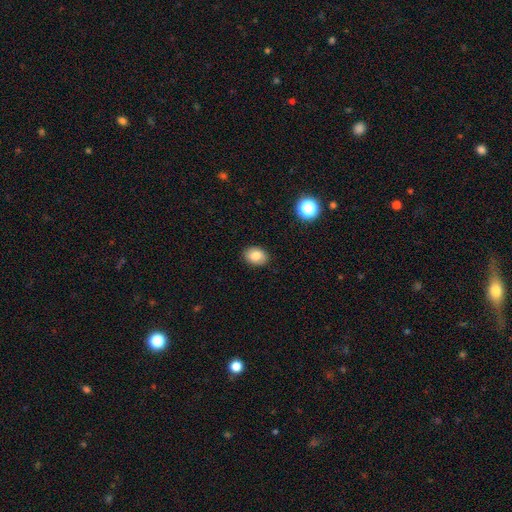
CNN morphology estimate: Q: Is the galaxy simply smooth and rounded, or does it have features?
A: smooth — 81%.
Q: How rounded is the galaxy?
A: in between — 63%.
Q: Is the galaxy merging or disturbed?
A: none — 89%.